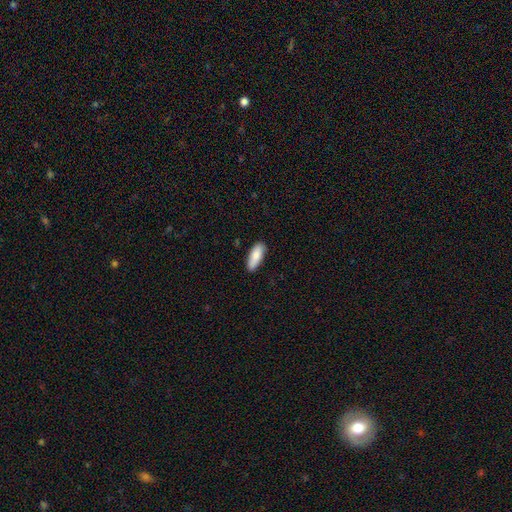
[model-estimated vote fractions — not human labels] smooth_or_featured: smooth (p=0.85) [alt: featured or disk p=0.09]
how_rounded: in between (p=0.71) [alt: cigar-shaped p=0.27]
merging: none (p=0.83) [alt: minor disturbance p=0.14]